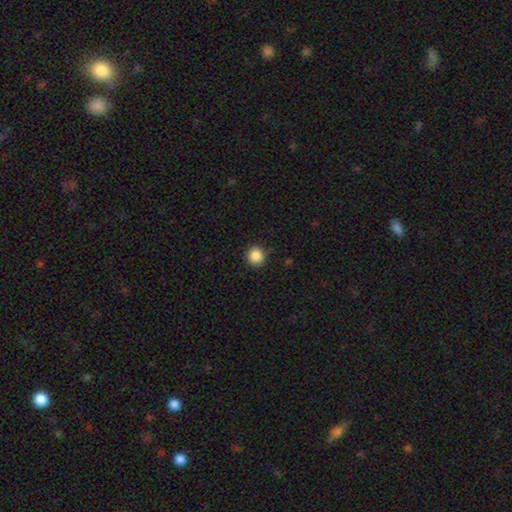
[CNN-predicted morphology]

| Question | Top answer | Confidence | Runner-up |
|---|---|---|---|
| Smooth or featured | smooth | 87% | star or artifact (10%) |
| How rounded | round | 92% | in between (7%) |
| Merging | none | 91% | minor disturbance (6%) |